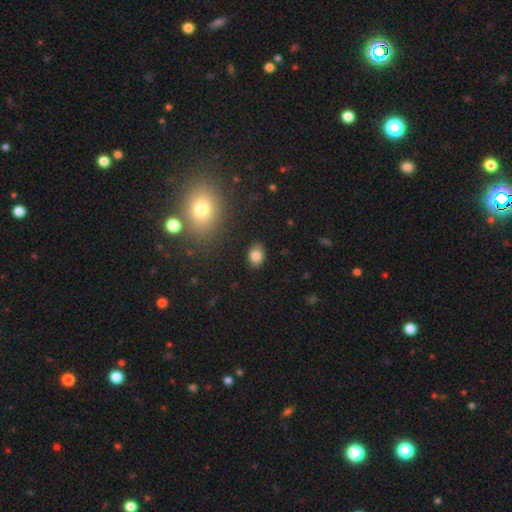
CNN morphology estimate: Q: Smooth or featured?
A: smooth (83%); runner-up: star or artifact (10%)
Q: How rounded?
A: in between (71%); runner-up: round (28%)
Q: Merging?
A: none (87%); runner-up: minor disturbance (9%)